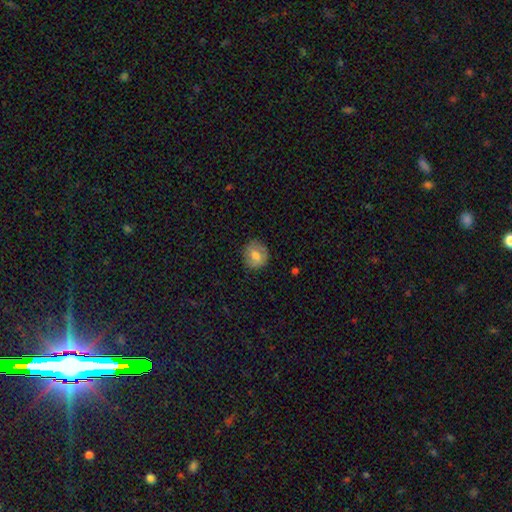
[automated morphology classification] Q: Smooth or featured?
A: smooth (69%); runner-up: featured or disk (23%)
Q: How rounded?
A: round (79%); runner-up: in between (20%)
Q: Merging?
A: none (81%); runner-up: minor disturbance (14%)